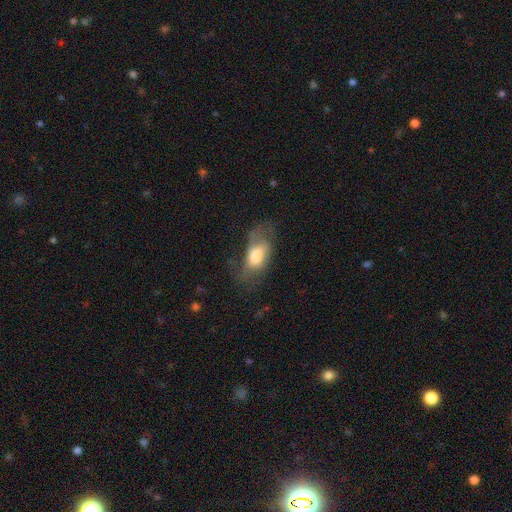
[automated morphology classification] The model was most divided on "merging": none: 38%, major disturbance: 32%, minor disturbance: 27%, merger: 2%. More confident: how rounded — in between (88%); smooth or featured — smooth (62%).